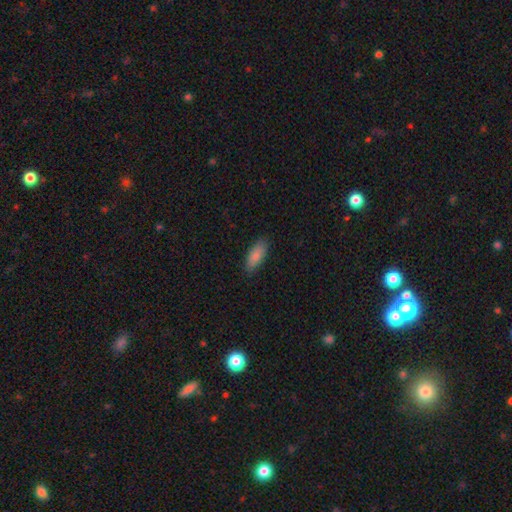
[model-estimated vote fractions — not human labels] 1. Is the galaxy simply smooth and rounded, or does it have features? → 86% smooth, 8% featured or disk, 6% star or artifact.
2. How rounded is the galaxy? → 82% in between, 16% cigar-shaped, 2% round.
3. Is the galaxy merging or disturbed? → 83% none, 13% minor disturbance, 2% major disturbance, 1% merger.